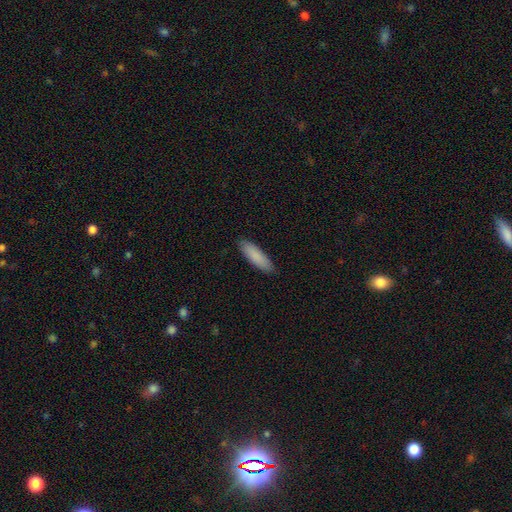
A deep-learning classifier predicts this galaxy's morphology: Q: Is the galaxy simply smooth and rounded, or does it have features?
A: smooth — 88%.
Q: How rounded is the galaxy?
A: cigar-shaped — 59%.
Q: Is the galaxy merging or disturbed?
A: none — 89%.